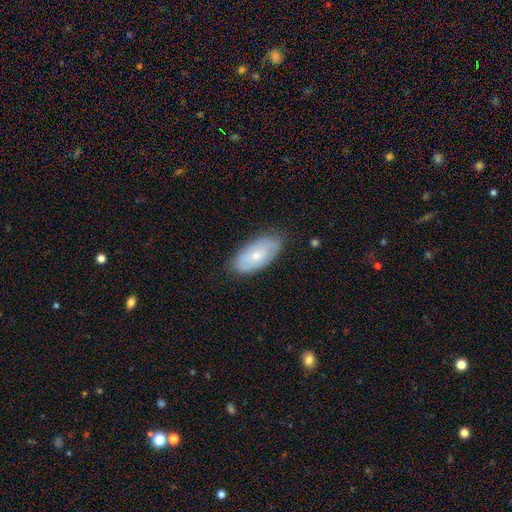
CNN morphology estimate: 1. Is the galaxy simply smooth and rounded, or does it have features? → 57% smooth, 37% featured or disk, 6% star or artifact.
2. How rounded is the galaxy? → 92% in between, 5% cigar-shaped, 3% round.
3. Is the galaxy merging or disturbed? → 78% none, 18% minor disturbance, 3% major disturbance, 1% merger.